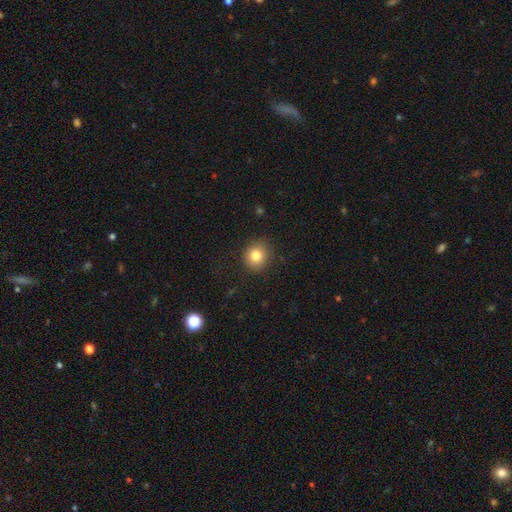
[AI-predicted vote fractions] This appears to be a smooth galaxy with no disk features (82%) that is round (86%). Merging: none (85%).